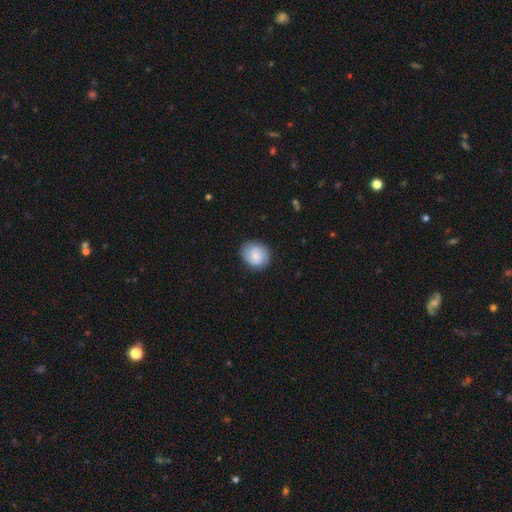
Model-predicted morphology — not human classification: A smooth galaxy with no disk features (69%) that is round (77%).

Vote fractions:
- Smooth or featured? smooth: 69% / featured or disk: 24% / star or artifact: 7%
- How rounded? round: 77% / in between: 22% / cigar-shaped: 1%
- Merging? none: 85% / minor disturbance: 11% / major disturbance: 3% / merger: 1%